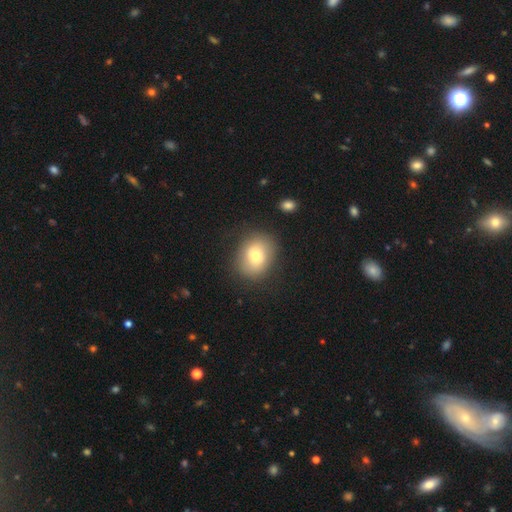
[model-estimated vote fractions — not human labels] The model was most divided on "how rounded": round: 54%, in between: 45%, cigar-shaped: 1%. More confident: merging — none (82%); smooth or featured — smooth (75%).